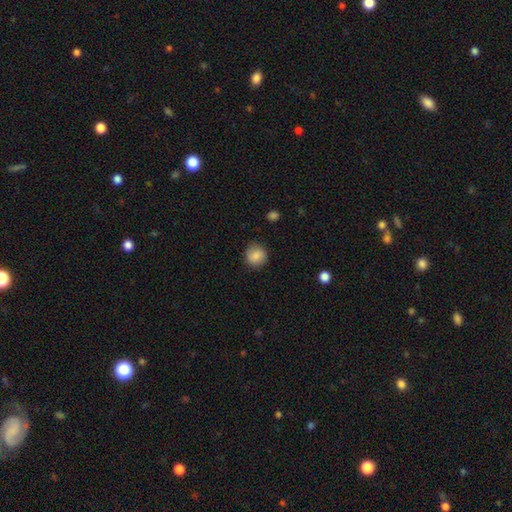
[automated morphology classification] This appears to be a smooth galaxy with no disk features (85%) that is round (89%). Merging: none (85%).